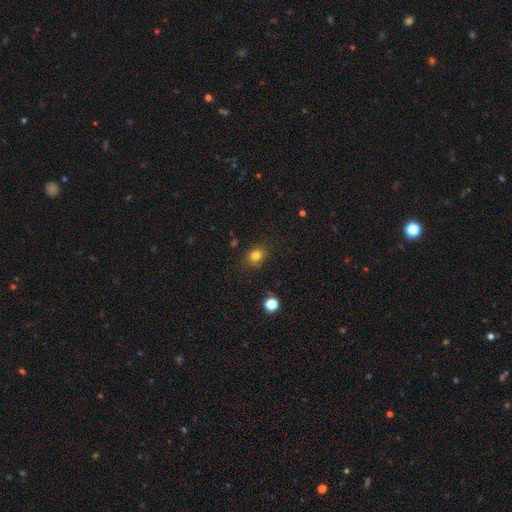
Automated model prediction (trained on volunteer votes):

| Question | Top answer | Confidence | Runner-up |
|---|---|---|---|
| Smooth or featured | smooth | 80% | star or artifact (13%) |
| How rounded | round | 57% | in between (42%) |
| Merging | none | 77% | minor disturbance (17%) |